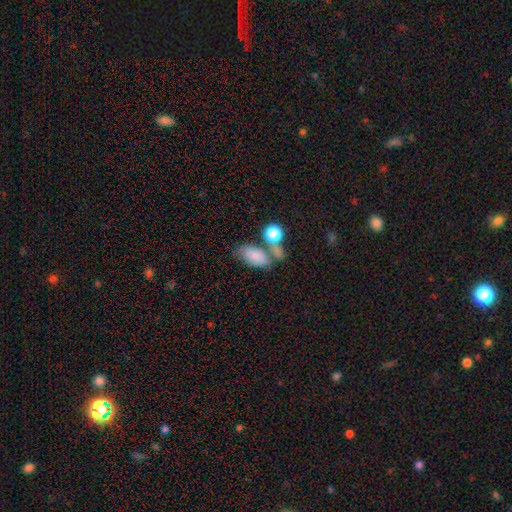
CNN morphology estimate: A smooth galaxy with no disk features (79%) that is in between round and cigar-shaped (87%).

Vote fractions:
- Smooth or featured? smooth: 79% / featured or disk: 12% / star or artifact: 10%
- How rounded? in between: 87% / round: 9% / cigar-shaped: 5%
- Merging? none: 44% / merger: 30% / minor disturbance: 17% / major disturbance: 9%